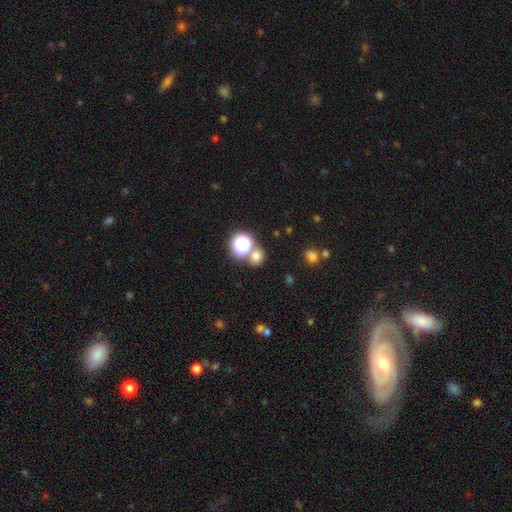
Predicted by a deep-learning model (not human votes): Morphology: type=smooth (69%); roundness=round (76%); merging=none (67%).